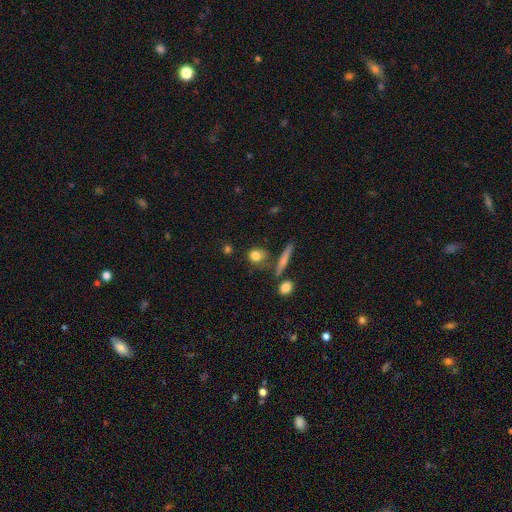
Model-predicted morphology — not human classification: smooth 79%, featured or disk 11%, star or artifact 10%. Down the decision tree: how rounded — round (70%); merging — none (67%).